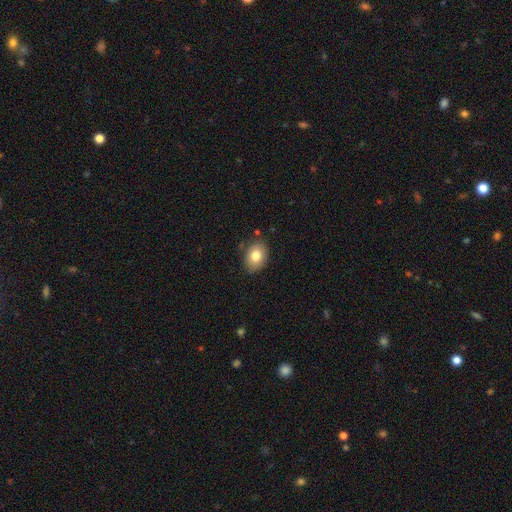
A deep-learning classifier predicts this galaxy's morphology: Smooth or featured?
  - smooth: 80% *
  - featured or disk: 12%
  - star or artifact: 8%
How rounded?
  - in between: 70% *
  - round: 29%
  - cigar-shaped: 1%
Merging?
  - none: 82% *
  - minor disturbance: 14%
  - major disturbance: 3%
  - merger: 2%